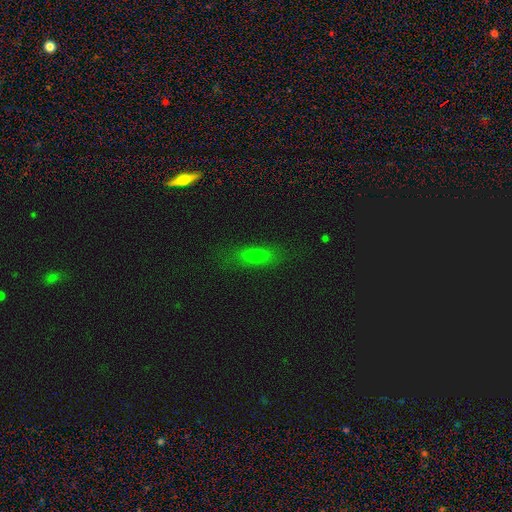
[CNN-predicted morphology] The model was most divided on "how rounded": in between: 55%, cigar-shaped: 40%, round: 5%. More confident: merging — none (76%); smooth or featured — smooth (70%).